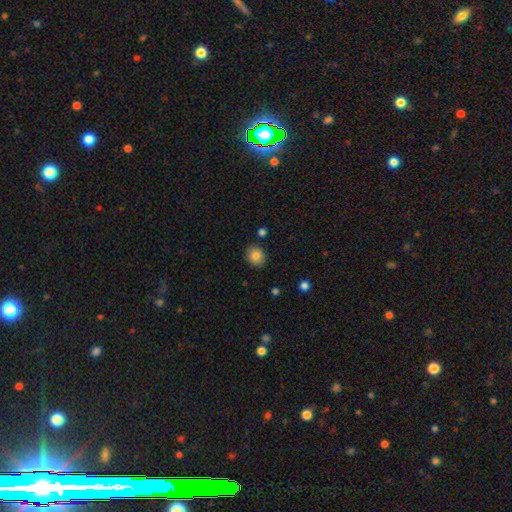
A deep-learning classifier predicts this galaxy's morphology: Overall: smooth (83%). How rounded: round (68%; in between 31%). Merging: none (87%).